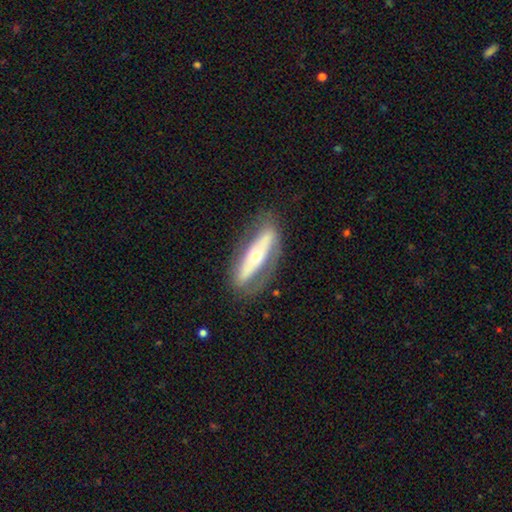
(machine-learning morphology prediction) Smooth or featured? Predicted: featured or disk (p=0.61). Edge-on disk? Predicted: no (p=0.60). Merging? Predicted: none (p=0.69).